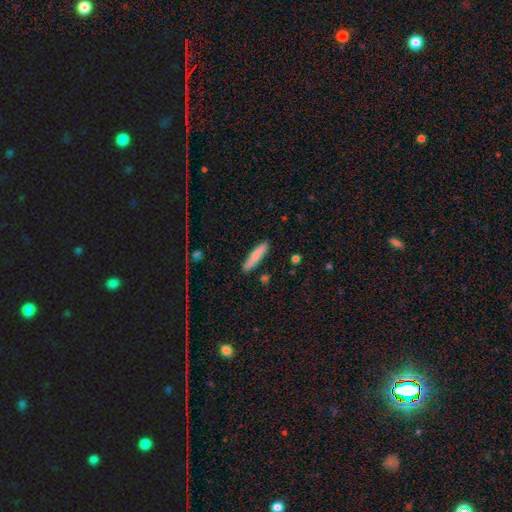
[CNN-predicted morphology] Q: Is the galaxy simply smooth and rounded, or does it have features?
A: smooth — 79%.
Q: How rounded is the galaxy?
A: cigar-shaped — 84%.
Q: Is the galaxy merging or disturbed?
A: none — 86%.